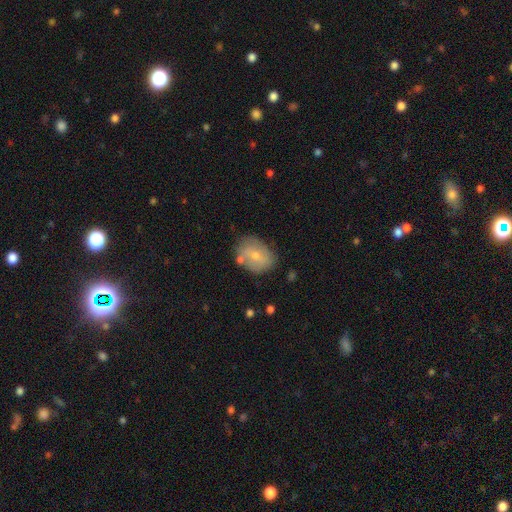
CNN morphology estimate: Q: Smooth or featured?
A: smooth (63%); runner-up: featured or disk (29%)
Q: How rounded?
A: in between (67%); runner-up: round (32%)
Q: Merging?
A: none (63%); runner-up: minor disturbance (22%)